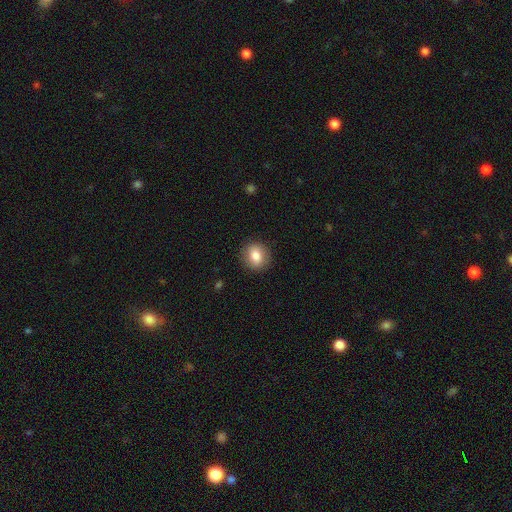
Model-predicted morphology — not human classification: Overall: smooth (81%). How rounded: round (74%). Merging: none (88%).